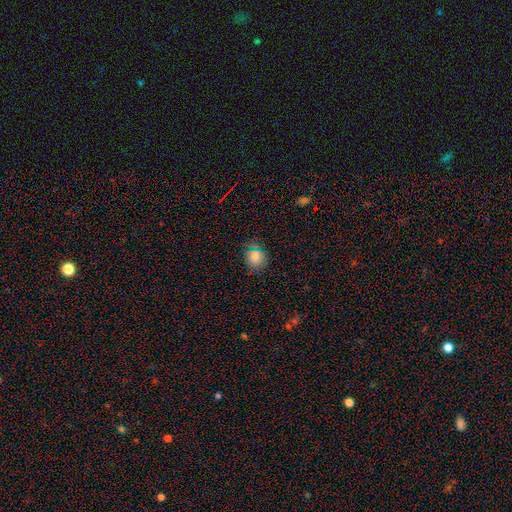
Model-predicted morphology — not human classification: The model was most divided on "how rounded": round: 77%, in between: 22%, cigar-shaped: 1%. More confident: merging — none (83%); smooth or featured — smooth (77%).